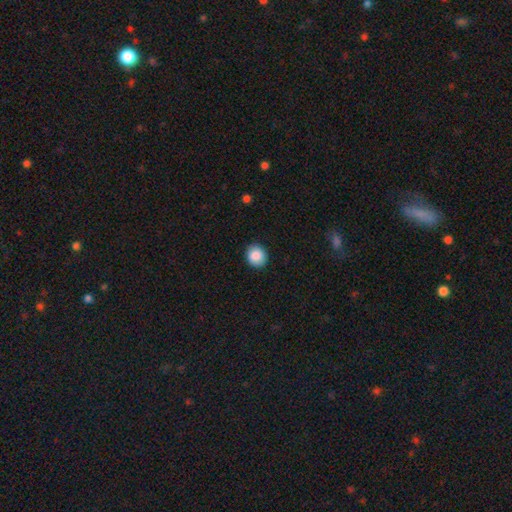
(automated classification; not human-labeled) smooth_or_featured: smooth (p=0.88) [alt: star or artifact p=0.08]
how_rounded: round (p=0.76) [alt: in between p=0.23]
merging: none (p=0.89) [alt: minor disturbance p=0.08]